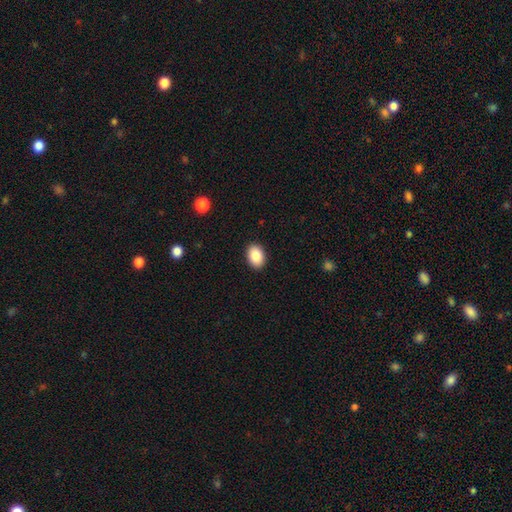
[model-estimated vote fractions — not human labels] Q: Smooth or featured?
A: smooth (88%); runner-up: star or artifact (7%)
Q: How rounded?
A: in between (82%); runner-up: round (17%)
Q: Merging?
A: none (90%); runner-up: minor disturbance (7%)